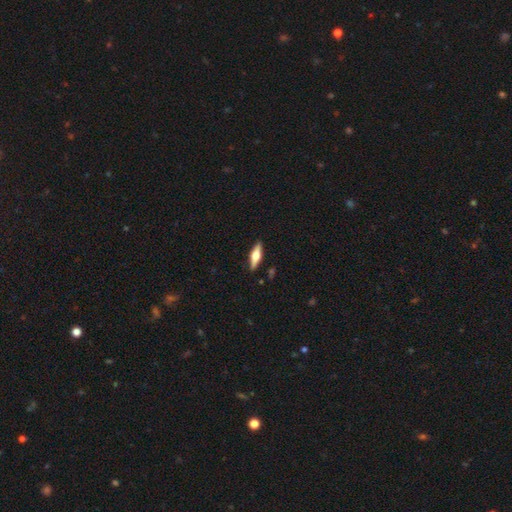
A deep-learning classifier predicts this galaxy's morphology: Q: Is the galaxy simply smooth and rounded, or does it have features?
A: featured or disk — 54%.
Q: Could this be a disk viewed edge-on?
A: yes — 94%.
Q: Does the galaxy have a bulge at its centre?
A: rounded — 91%.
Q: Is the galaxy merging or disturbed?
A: none — 89%.